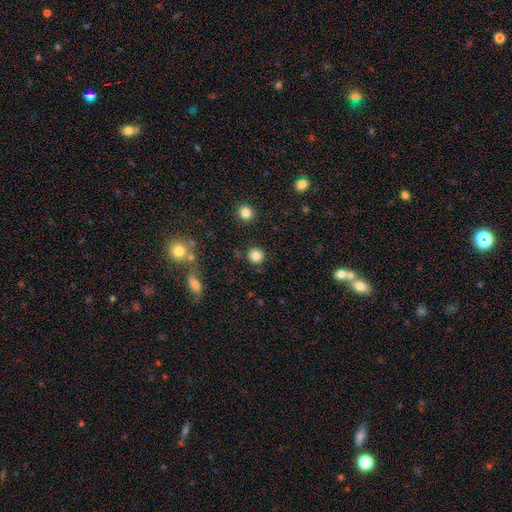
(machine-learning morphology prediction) smooth-or-featured: smooth: 84% | star or artifact: 11% | featured or disk: 5%
  how-rounded: round: 91% | in between: 8% | cigar-shaped: 1%
  merging: none: 88% | minor disturbance: 7% | merger: 3% | major disturbance: 3%